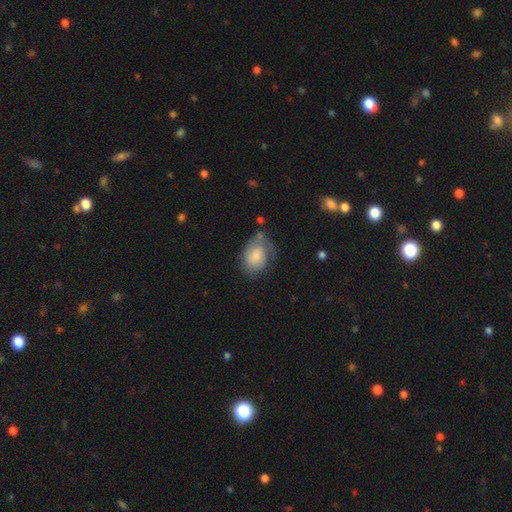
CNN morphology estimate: A smooth galaxy with no disk features (68%) that is in between round and cigar-shaped (70%).

Vote fractions:
- Smooth or featured? smooth: 68% / featured or disk: 26% / star or artifact: 7%
- How rounded? in between: 70% / round: 29% / cigar-shaped: 1%
- Merging? none: 44% / minor disturbance: 32% / major disturbance: 18% / merger: 6%